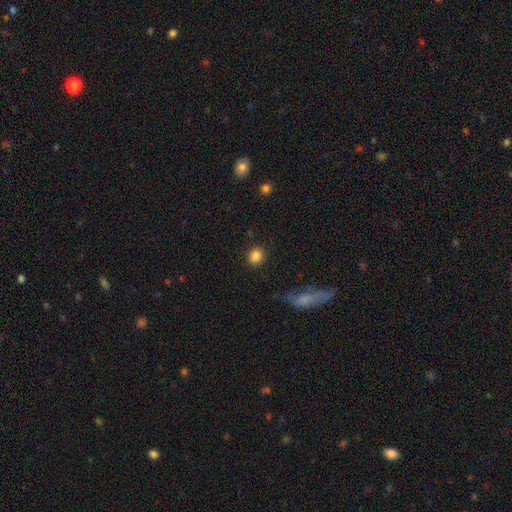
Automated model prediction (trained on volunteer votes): The model was most divided on "how rounded": round: 63%, in between: 36%, cigar-shaped: 1%. More confident: merging — none (84%); smooth or featured — smooth (84%).